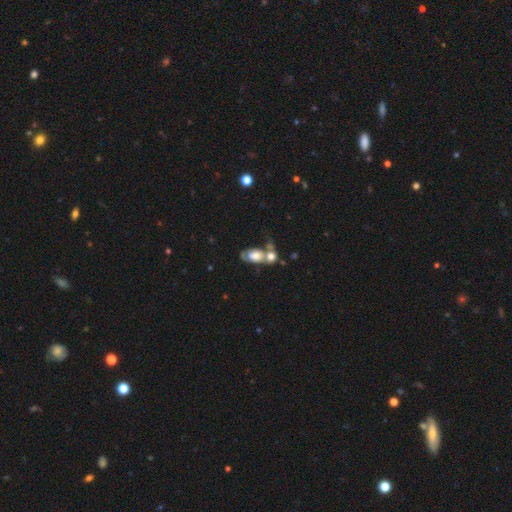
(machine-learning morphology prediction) A smooth galaxy with no disk features (54%) that is in between round and cigar-shaped (80%).

Vote fractions:
- Smooth or featured? smooth: 54% / featured or disk: 38% / star or artifact: 9%
- How rounded? in between: 80% / round: 17% / cigar-shaped: 3%
- Merging? merger: 58% / none: 19% / major disturbance: 12% / minor disturbance: 11%